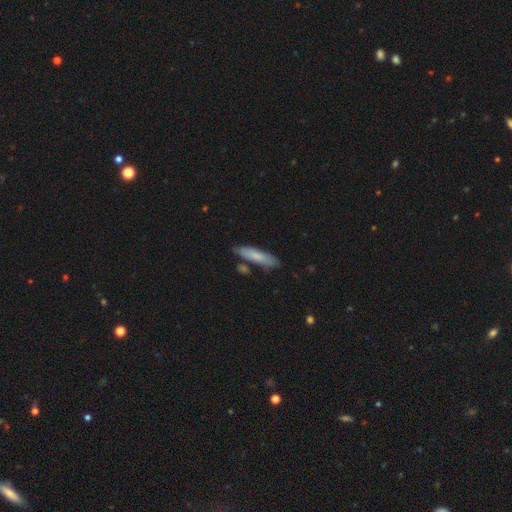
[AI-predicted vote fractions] This appears to be a smooth galaxy with no disk features (75%) that is cigar-shaped (77%). Merging: none (78%).